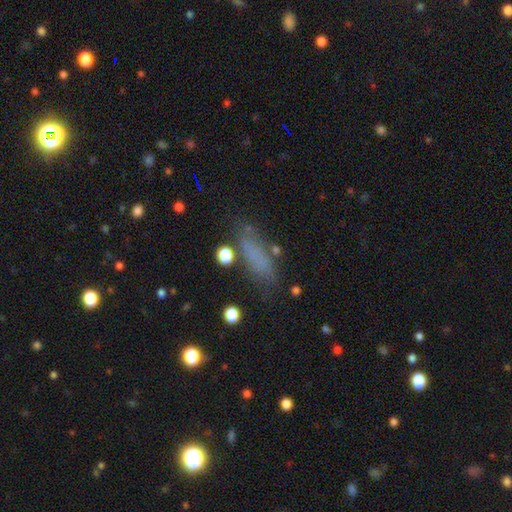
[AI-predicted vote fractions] Smooth or featured? smooth (66%)
How rounded? in between (49%)
Merging? none (63%)